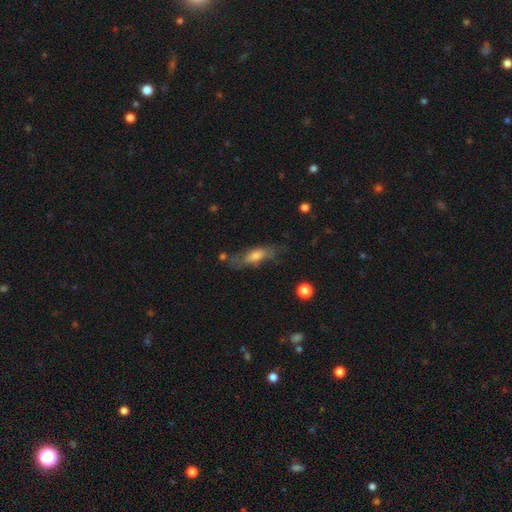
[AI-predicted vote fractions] This appears to be a smooth galaxy with no disk features (52%) that is in between round and cigar-shaped (56%). Merging: none (55%).